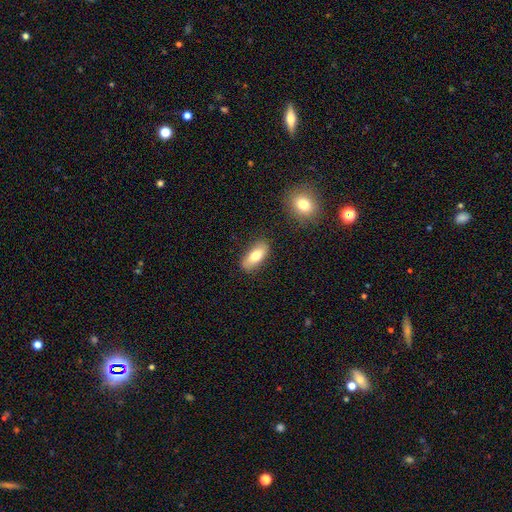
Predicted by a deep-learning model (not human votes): The model was most divided on "smooth or featured": smooth: 74%, featured or disk: 19%, star or artifact: 7%. More confident: how rounded — in between (84%); merging — none (84%).